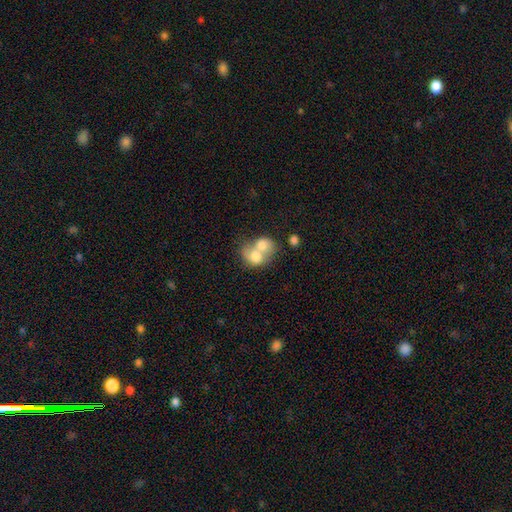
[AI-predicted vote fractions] Overall: smooth (67%). How rounded: round (50%; in between 49%). Merging: merger (77%).